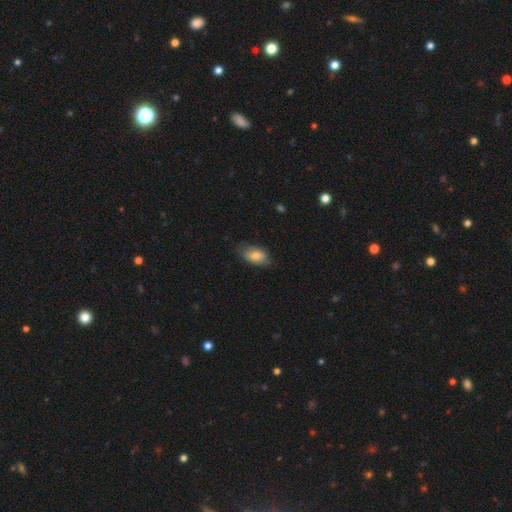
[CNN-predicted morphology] A smooth galaxy with no disk features (80%) that is in between round and cigar-shaped (91%).

Vote fractions:
- Smooth or featured? smooth: 80% / featured or disk: 13% / star or artifact: 7%
- How rounded? in between: 91% / round: 6% / cigar-shaped: 3%
- Merging? none: 72% / minor disturbance: 22% / major disturbance: 4% / merger: 1%